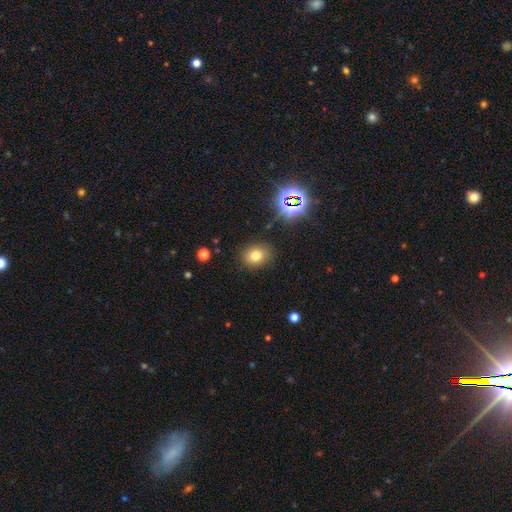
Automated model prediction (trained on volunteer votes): smooth_or_featured: smooth (p=0.73) [alt: star or artifact p=0.18]
how_rounded: round (p=0.57) [alt: in between p=0.42]
merging: none (p=0.84) [alt: minor disturbance p=0.11]